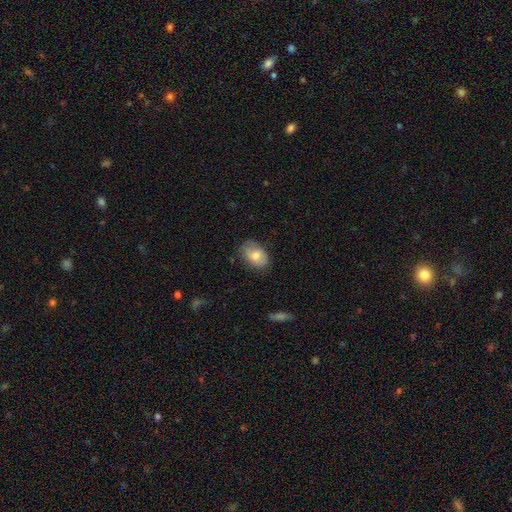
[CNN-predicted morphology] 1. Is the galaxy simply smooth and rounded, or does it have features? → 75% smooth, 18% featured or disk, 7% star or artifact.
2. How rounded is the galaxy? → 86% in between, 13% round, 1% cigar-shaped.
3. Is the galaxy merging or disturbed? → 75% none, 20% minor disturbance, 4% major disturbance, 1% merger.